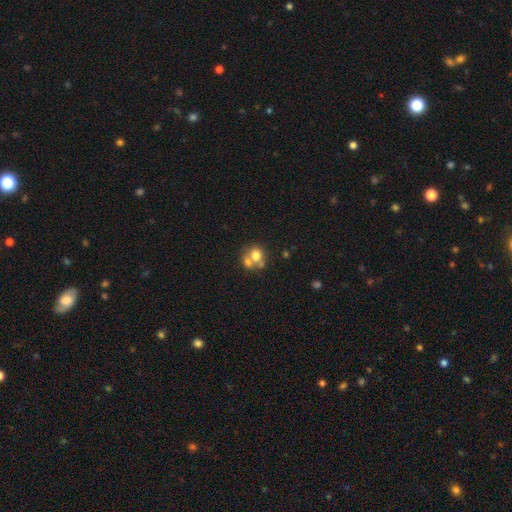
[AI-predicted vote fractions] Smooth or featured?
  - smooth: 68% *
  - featured or disk: 21%
  - star or artifact: 11%
How rounded?
  - round: 75% *
  - in between: 24%
  - cigar-shaped: 1%
Merging?
  - merger: 52% *
  - none: 36%
  - minor disturbance: 8%
  - major disturbance: 4%